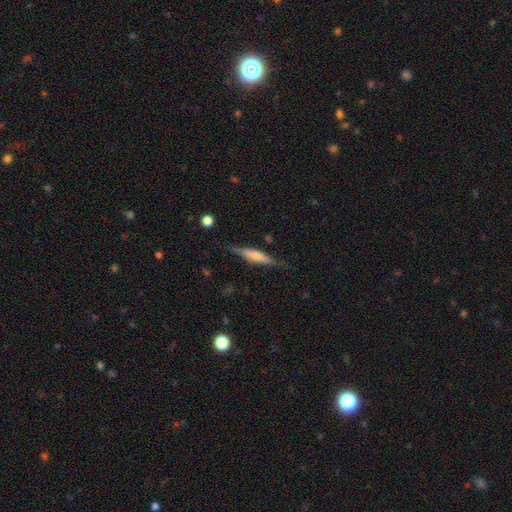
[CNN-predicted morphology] Q: Smooth or featured?
A: featured or disk (56%); runner-up: smooth (37%)
Q: Edge-on disk?
A: yes (94%); runner-up: no (6%)
Q: Edge-on bulge?
A: rounded (60%); runner-up: boxy (26%)
Q: Merging?
A: none (80%); runner-up: minor disturbance (15%)